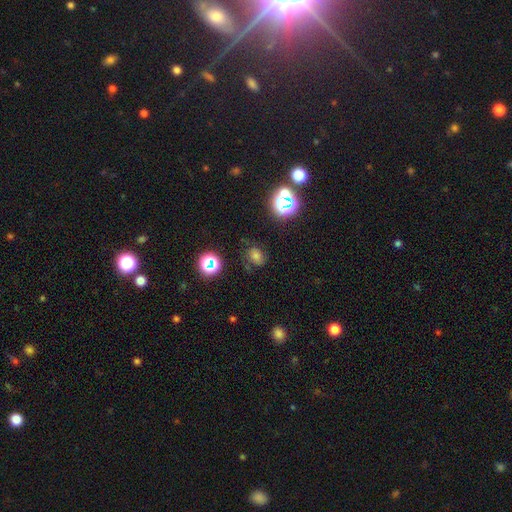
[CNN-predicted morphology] Smooth or featured?
  - smooth: 54% *
  - star or artifact: 26%
  - featured or disk: 20%
How rounded?
  - round: 55% *
  - in between: 44%
  - cigar-shaped: 1%
Merging?
  - none: 68% *
  - minor disturbance: 20%
  - major disturbance: 9%
  - merger: 3%